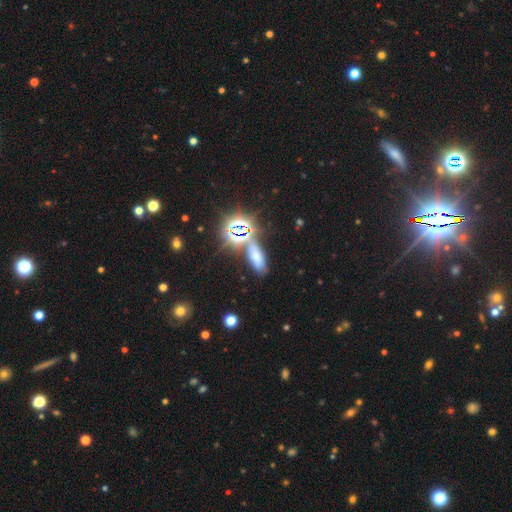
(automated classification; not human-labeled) The model was most divided on "smooth or featured": smooth: 47%, star or artifact: 41%, featured or disk: 12%. More confident: merging — none (63%).